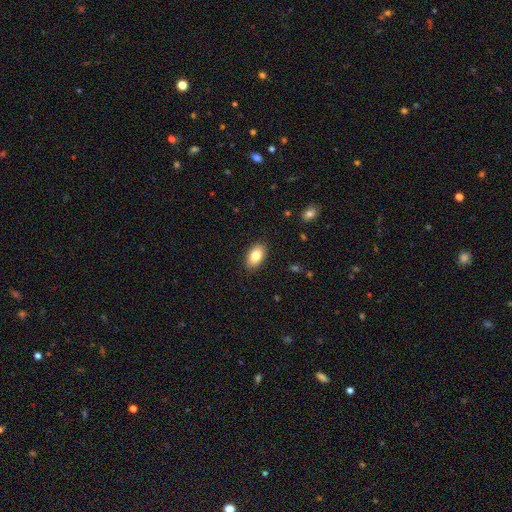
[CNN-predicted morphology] The model was most divided on "smooth or featured": smooth: 84%, featured or disk: 9%, star or artifact: 7%. More confident: how rounded — in between (94%); merging — none (88%).